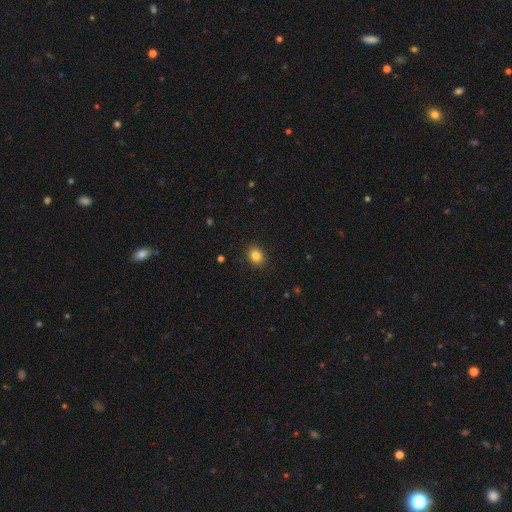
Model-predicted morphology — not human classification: This appears to be a smooth galaxy with no disk features (85%) that is in between round and cigar-shaped (55%). Merging: none (89%).